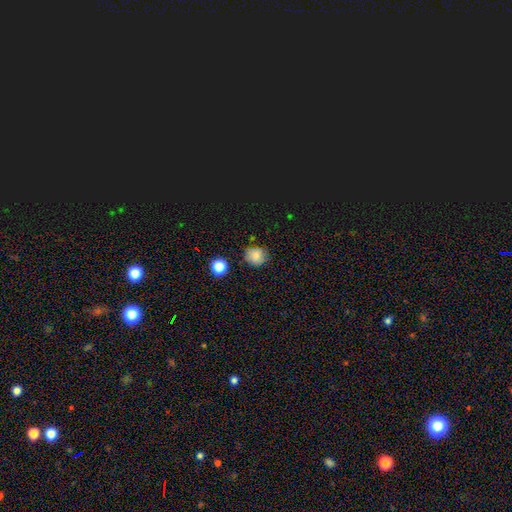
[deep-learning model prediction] Q: Smooth or featured?
A: smooth (76%); runner-up: star or artifact (15%)
Q: How rounded?
A: round (84%); runner-up: in between (15%)
Q: Merging?
A: none (78%); runner-up: minor disturbance (16%)